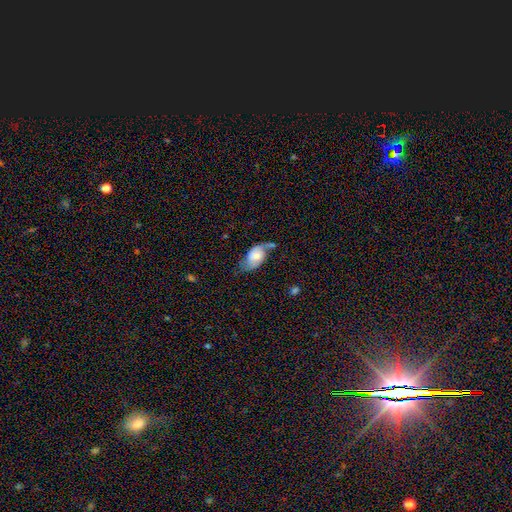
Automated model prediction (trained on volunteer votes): featured or disk 53%, smooth 40%, star or artifact 7%. Down the decision tree: edge-on disk — no (94%); merging — none (40%).